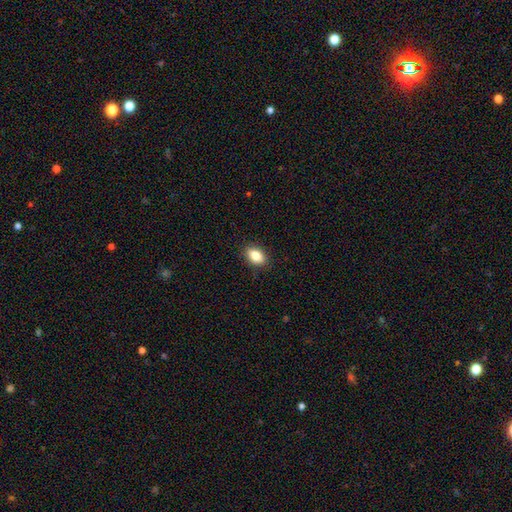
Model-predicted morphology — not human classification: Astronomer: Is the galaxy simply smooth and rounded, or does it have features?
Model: smooth — 85%.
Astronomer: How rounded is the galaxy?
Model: in between — 87%.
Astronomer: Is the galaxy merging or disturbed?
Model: none — 89%.